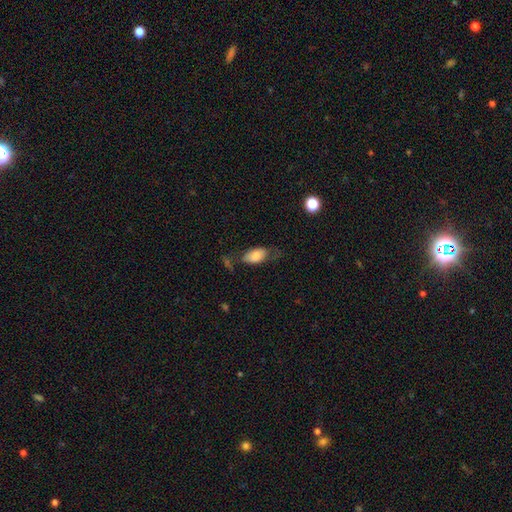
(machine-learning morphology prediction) This is likely a smooth galaxy (76%). How rounded: clearly in between (92%). Merging: possibly none (48%).